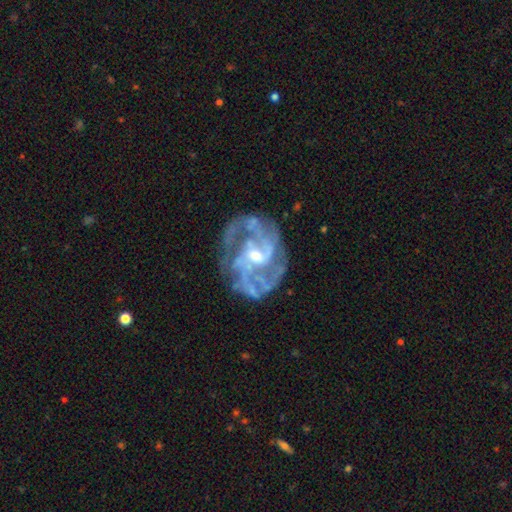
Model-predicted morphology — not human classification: The model was most divided on "bulge size": small: 50%, moderate: 45%, none: 2%, large: 2%, dominant: 1%. Remaining: edge-on disk — no (98%); spiral arms — yes (95%); smooth or featured — featured or disk (90%); merging — none (66%); spiral winding — medium (48%); bar — weak (47%); spiral arm count — 2 (33%).